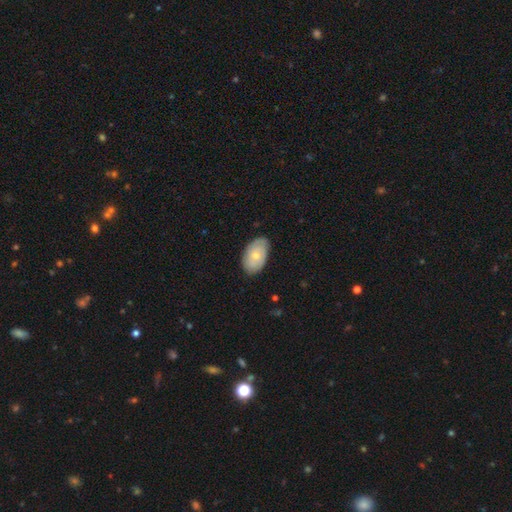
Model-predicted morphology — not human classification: Smooth or featured? smooth (56%)
How rounded? in between (92%)
Merging? none (77%)